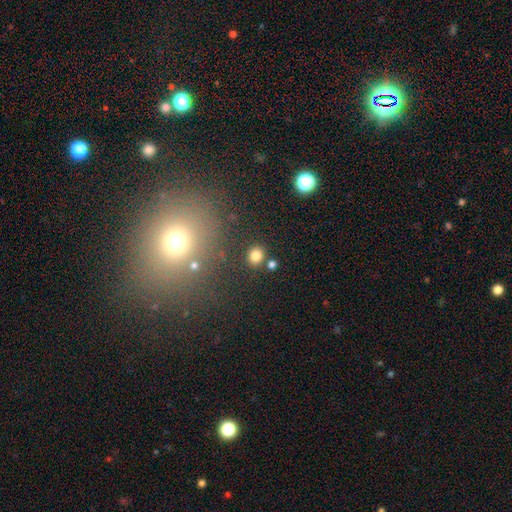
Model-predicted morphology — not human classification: The model was most divided on "how rounded": round: 81%, in between: 19%, cigar-shaped: 1%. More confident: merging — none (84%); smooth or featured — smooth (81%).